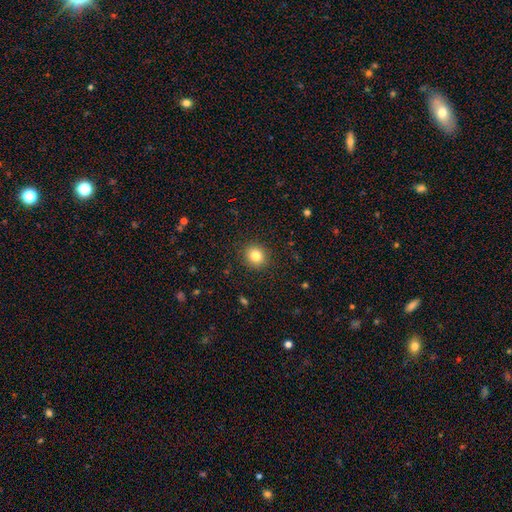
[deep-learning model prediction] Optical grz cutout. It shows a smooth galaxy with no disk features (82%) that is round (82%). Merging: none (90%).